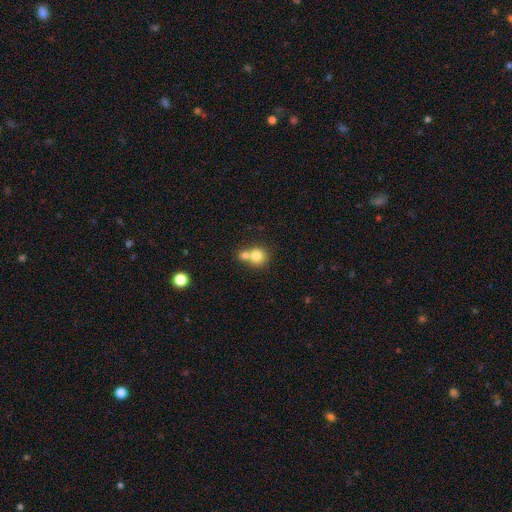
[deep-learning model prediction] Smooth or featured: smooth — 78% (featured or disk — 12%)
How rounded: round — 85% (in between — 14%)
Merging: merger — 53% (none — 38%)